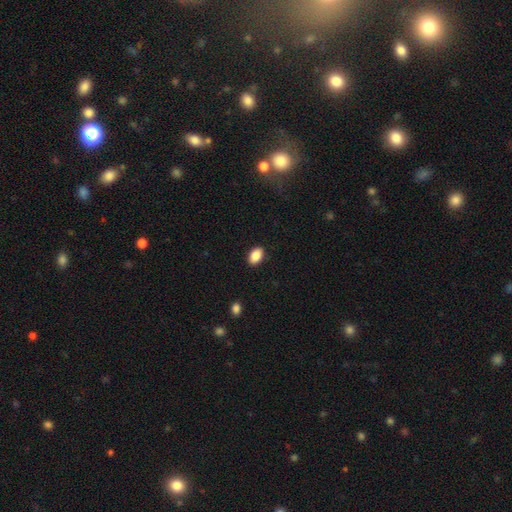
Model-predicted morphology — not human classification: smooth 88%, star or artifact 7%, featured or disk 4%. Down the decision tree: how rounded — in between (90%); merging — none (90%).